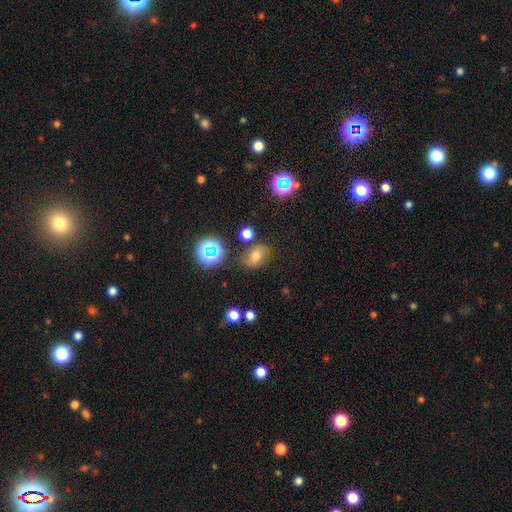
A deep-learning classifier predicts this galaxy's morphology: A smooth galaxy with no disk features (65%) that is in between round and cigar-shaped (71%). Merging: none (73%).